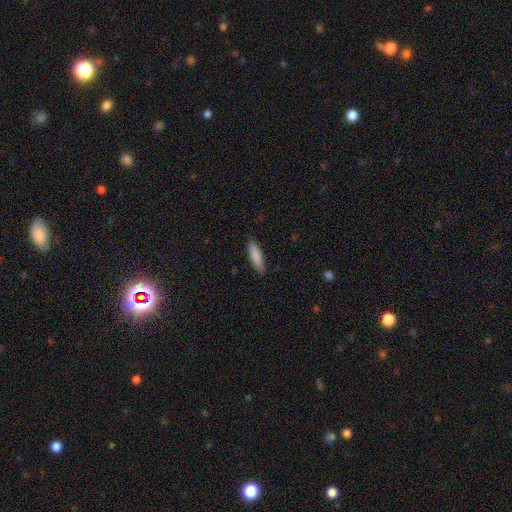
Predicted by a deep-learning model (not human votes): smooth_or_featured: smooth (p=0.86) [alt: featured or disk p=0.08]
how_rounded: cigar-shaped (p=0.65) [alt: in between p=0.33]
merging: none (p=0.86) [alt: minor disturbance p=0.11]